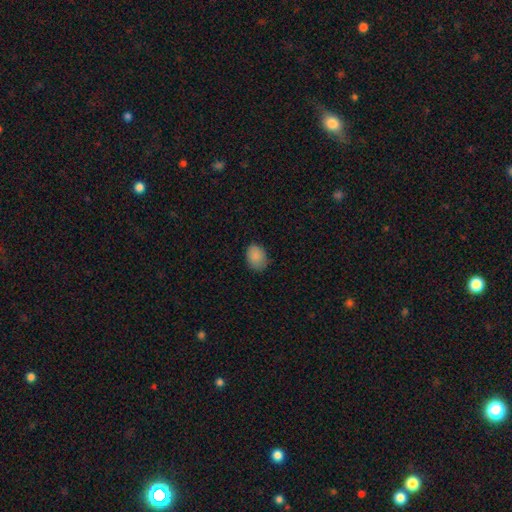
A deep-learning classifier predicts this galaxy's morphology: smooth_or_featured: smooth (p=0.87) [alt: star or artifact p=0.09]
how_rounded: in between (p=0.61) [alt: round p=0.38]
merging: none (p=0.74) [alt: minor disturbance p=0.21]